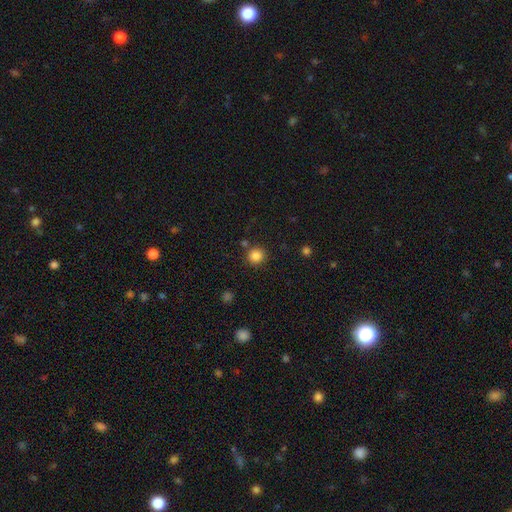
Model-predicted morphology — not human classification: Smooth or featured: smooth — 85% (star or artifact — 11%)
How rounded: round — 93% (in between — 6%)
Merging: none — 84% (minor disturbance — 8%)